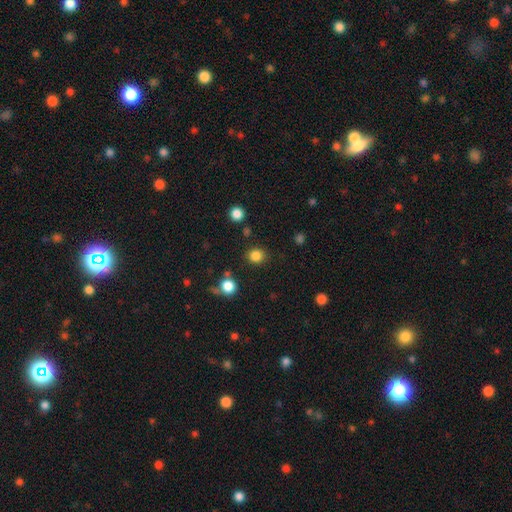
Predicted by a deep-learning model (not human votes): Smooth or featured: smooth — 83% (star or artifact — 13%)
How rounded: round — 84% (in between — 15%)
Merging: none — 86% (minor disturbance — 8%)